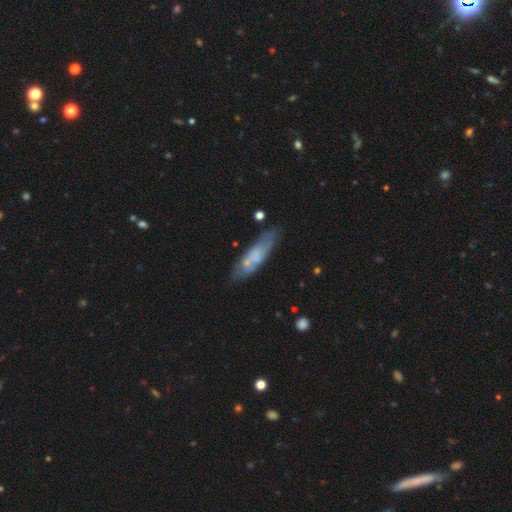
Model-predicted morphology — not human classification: Smooth or featured? smooth (60%)
How rounded? cigar-shaped (60%)
Merging? none (60%)